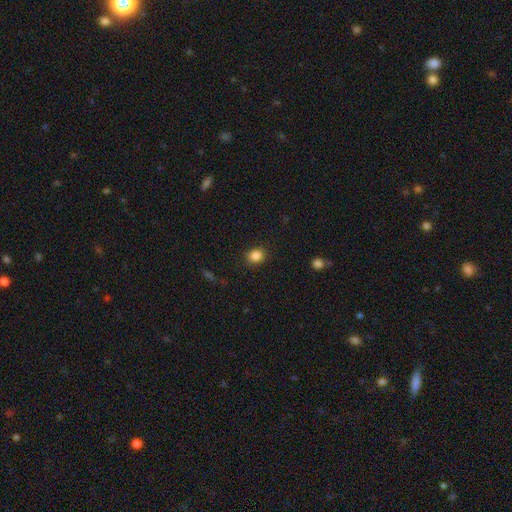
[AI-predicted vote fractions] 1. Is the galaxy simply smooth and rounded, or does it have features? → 85% smooth, 10% star or artifact, 4% featured or disk.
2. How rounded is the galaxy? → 62% round, 37% in between, 1% cigar-shaped.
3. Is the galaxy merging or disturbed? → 88% none, 8% minor disturbance, 3% major disturbance, 1% merger.